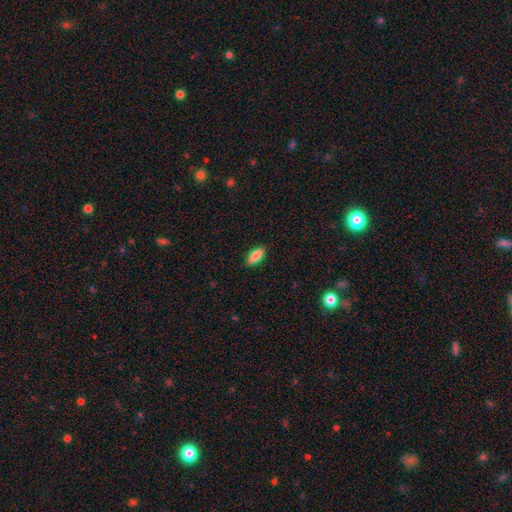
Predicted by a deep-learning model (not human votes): Overall: smooth (86%). How rounded: in between (85%). Merging: none (88%).